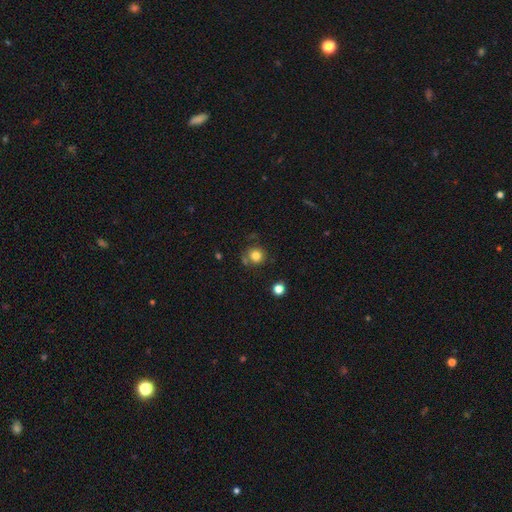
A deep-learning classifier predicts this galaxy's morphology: Overall: smooth (80%). How rounded: round (91%). Merging: none (75%).